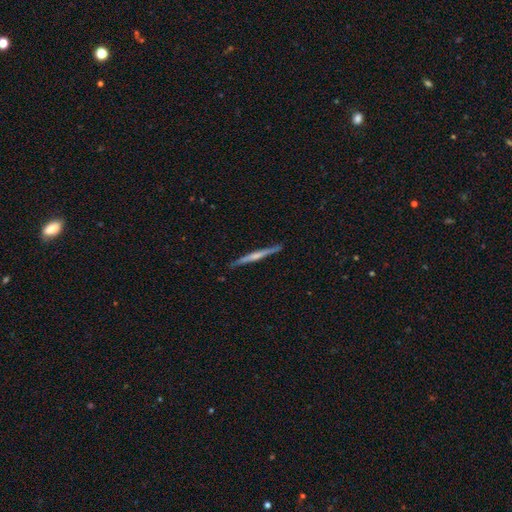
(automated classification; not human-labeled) Morphology: type=featured or disk (64%); edge-on=yes (98%); edge-on bulge=none (42%, tied with rounded); merging=none (89%).